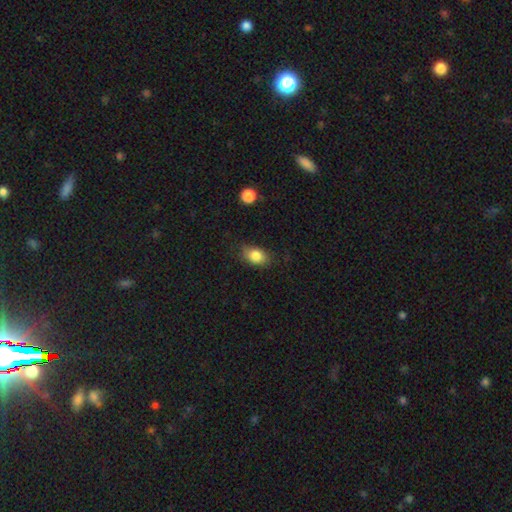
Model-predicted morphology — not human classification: Overall: smooth (84%). How rounded: in between (79%). Merging: none (77%).